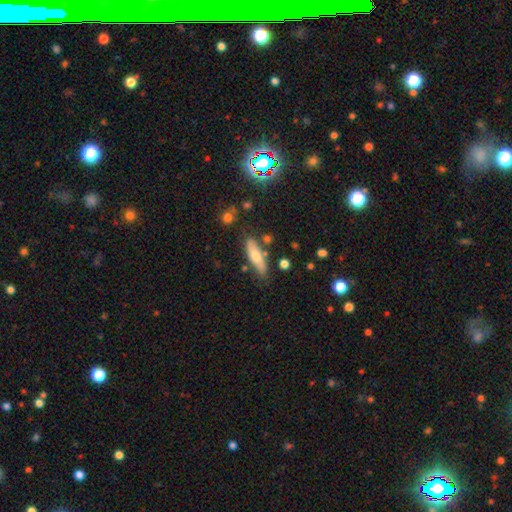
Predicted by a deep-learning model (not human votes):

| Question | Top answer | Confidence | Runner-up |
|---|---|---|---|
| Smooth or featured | smooth | 60% | featured or disk (31%) |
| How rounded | cigar-shaped | 54% | in between (43%) |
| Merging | none | 75% | minor disturbance (16%) |